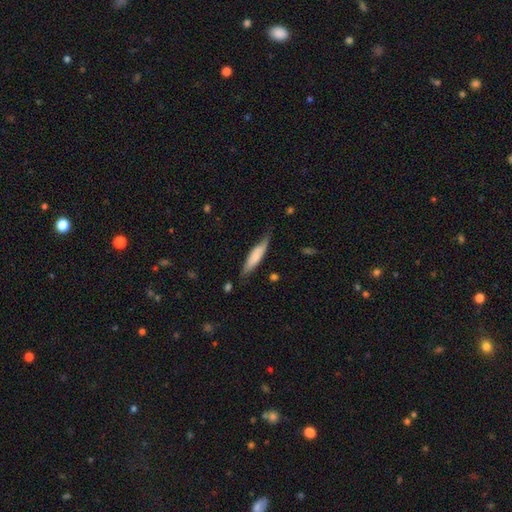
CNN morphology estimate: The model was most divided on "smooth or featured": smooth: 65%, featured or disk: 29%, star or artifact: 6%. More confident: how rounded — cigar-shaped (75%); merging — none (67%).